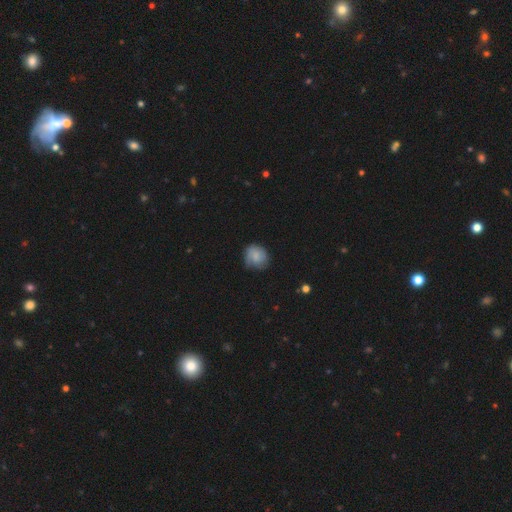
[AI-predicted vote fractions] The model was most divided on "merging": none: 63%, minor disturbance: 27%, major disturbance: 9%, merger: 1%. More confident: how rounded — round (71%); smooth or featured — smooth (67%).